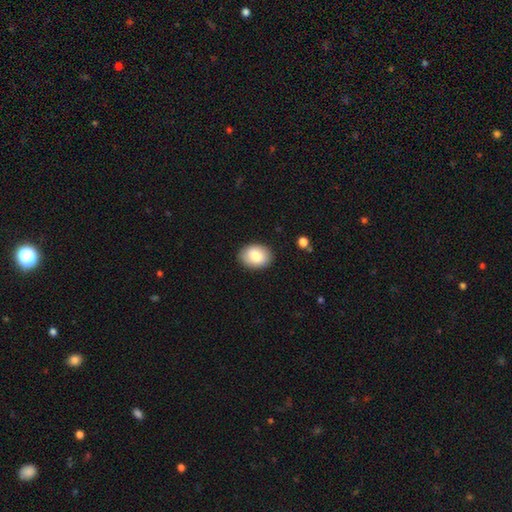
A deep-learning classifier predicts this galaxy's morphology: Q: Smooth or featured?
A: smooth (82%); runner-up: featured or disk (11%)
Q: How rounded?
A: in between (73%); runner-up: round (26%)
Q: Merging?
A: none (88%); runner-up: minor disturbance (8%)